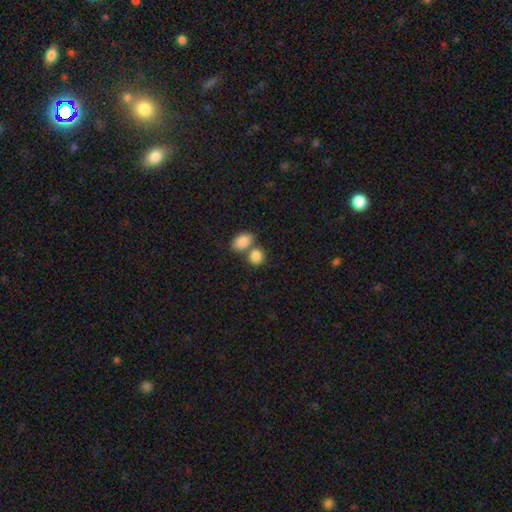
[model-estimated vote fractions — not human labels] Morphology: type=smooth (86%); roundness=round (49%, tied with in between); merging=merger (45%).